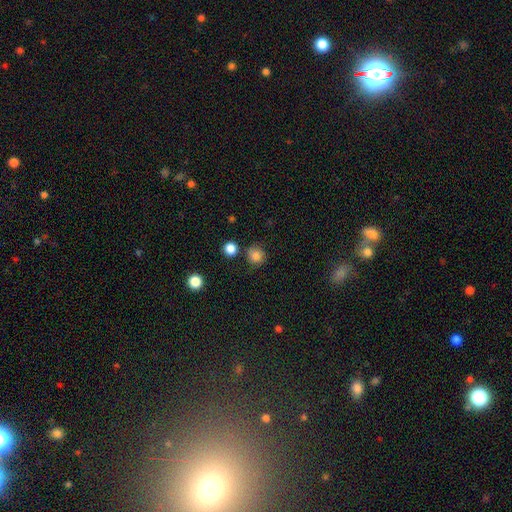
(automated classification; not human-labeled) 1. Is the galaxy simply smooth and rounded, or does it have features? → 83% smooth, 12% star or artifact, 5% featured or disk.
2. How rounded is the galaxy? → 90% round, 9% in between, 1% cigar-shaped.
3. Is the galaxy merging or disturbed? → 80% none, 11% minor disturbance, 6% merger, 3% major disturbance.